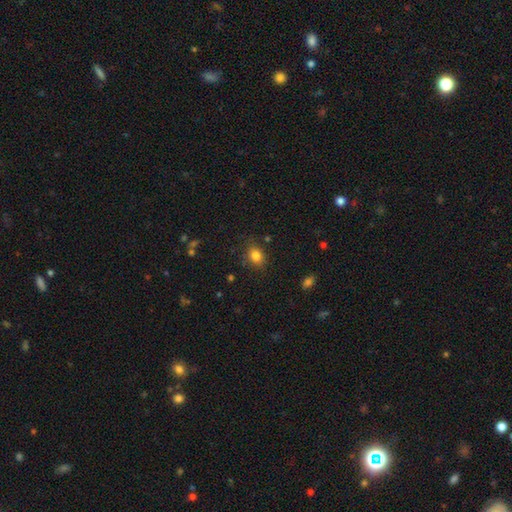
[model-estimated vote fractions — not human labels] This is clearly a smooth galaxy (83%). How rounded: possibly in between (53%). Merging: clearly none (81%).